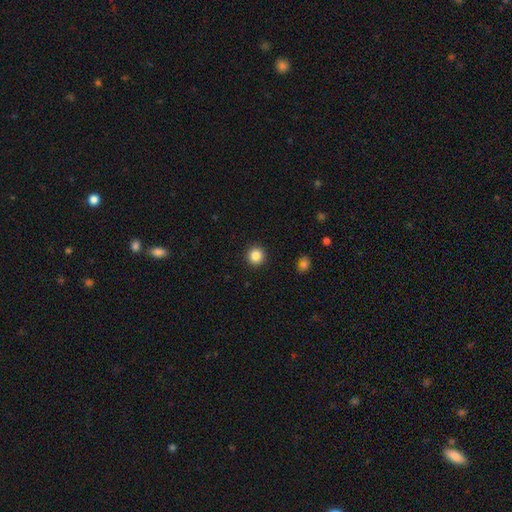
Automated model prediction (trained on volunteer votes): This is clearly a smooth galaxy (85%). How rounded: clearly round (95%). Merging: clearly none (93%).